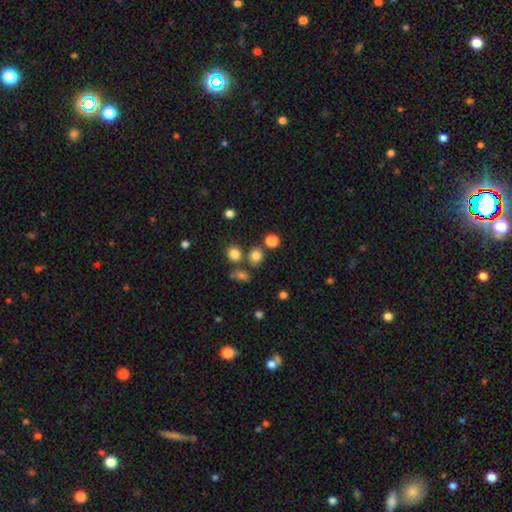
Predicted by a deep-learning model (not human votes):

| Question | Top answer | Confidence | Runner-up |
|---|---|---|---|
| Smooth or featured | smooth | 78% | star or artifact (15%) |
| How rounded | round | 74% | in between (25%) |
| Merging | none | 70% | merger (17%) |